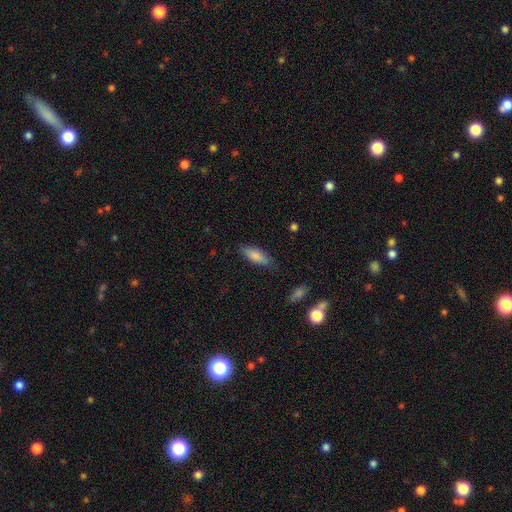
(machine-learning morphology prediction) The model was most divided on "how rounded": in between: 64%, cigar-shaped: 34%, round: 2%. More confident: smooth or featured — smooth (81%); merging — none (80%).